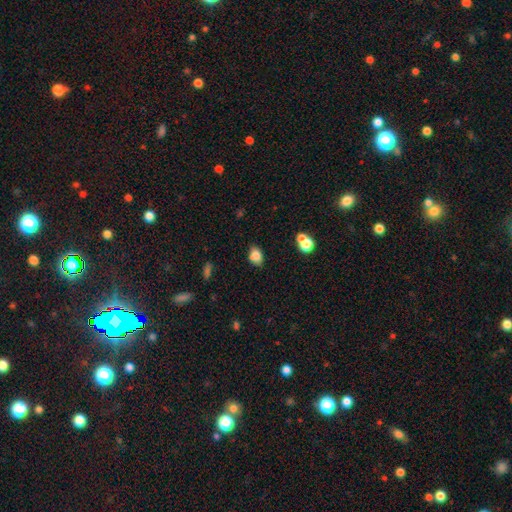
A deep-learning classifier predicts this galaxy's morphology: The model was most divided on "merging": none: 69%, minor disturbance: 19%, merger: 7%, major disturbance: 4%. More confident: smooth or featured — smooth (81%); how rounded — in between (77%).